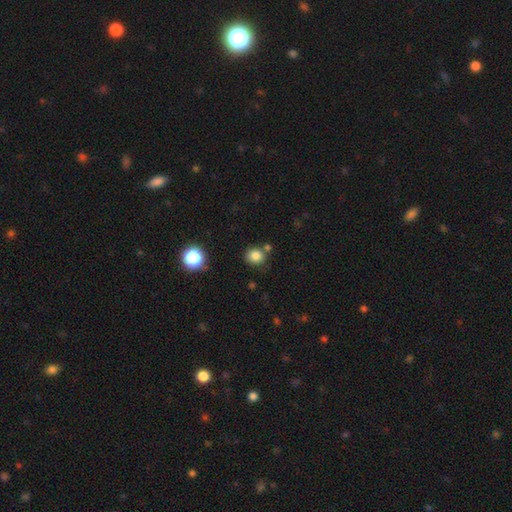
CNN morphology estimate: Smooth or featured?
  - smooth: 83% *
  - star or artifact: 12%
  - featured or disk: 5%
How rounded?
  - round: 82% *
  - in between: 17%
  - cigar-shaped: 1%
Merging?
  - none: 75% *
  - minor disturbance: 11%
  - merger: 10%
  - major disturbance: 3%